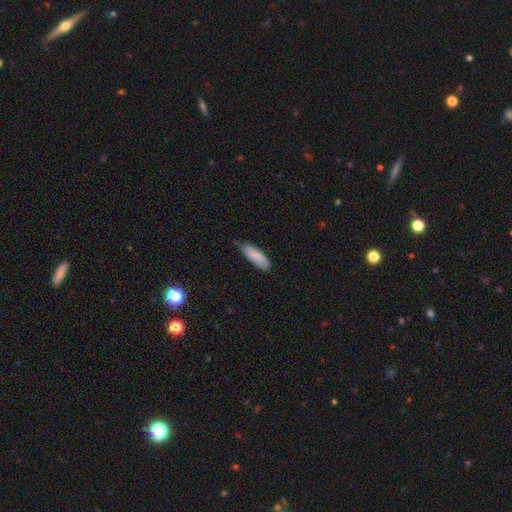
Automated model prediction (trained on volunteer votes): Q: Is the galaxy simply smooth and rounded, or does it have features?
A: smooth — 82%.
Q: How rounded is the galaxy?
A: in between — 58%.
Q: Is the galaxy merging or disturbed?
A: none — 70%.